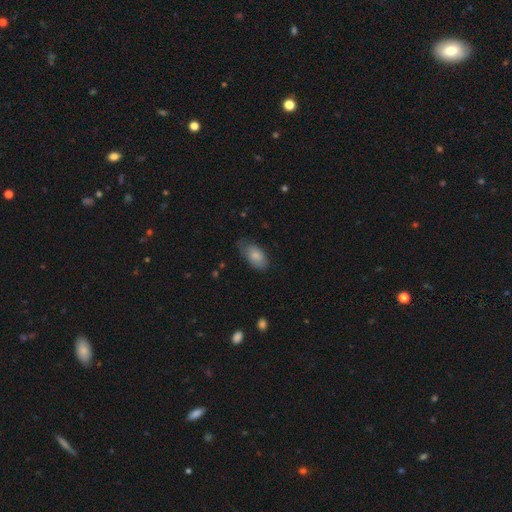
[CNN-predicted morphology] Q: Smooth or featured?
A: smooth (78%); runner-up: featured or disk (16%)
Q: How rounded?
A: in between (93%); runner-up: round (4%)
Q: Merging?
A: none (57%); runner-up: minor disturbance (32%)